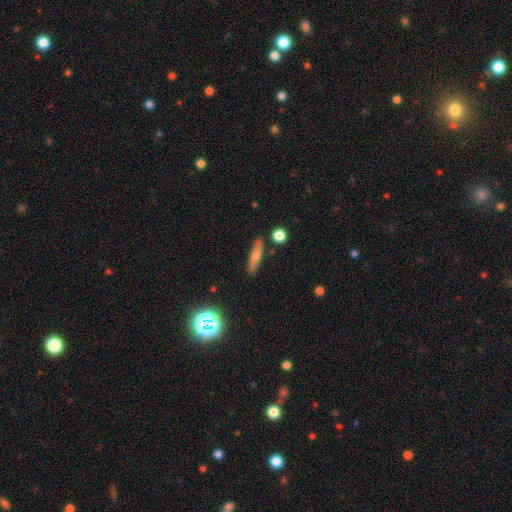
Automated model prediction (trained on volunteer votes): A smooth galaxy with no disk features (68%) that is cigar-shaped (76%).

Vote fractions:
- Smooth or featured? smooth: 68% / featured or disk: 23% / star or artifact: 10%
- How rounded? cigar-shaped: 76% / in between: 20% / round: 4%
- Merging? none: 79% / minor disturbance: 14% / merger: 4% / major disturbance: 3%